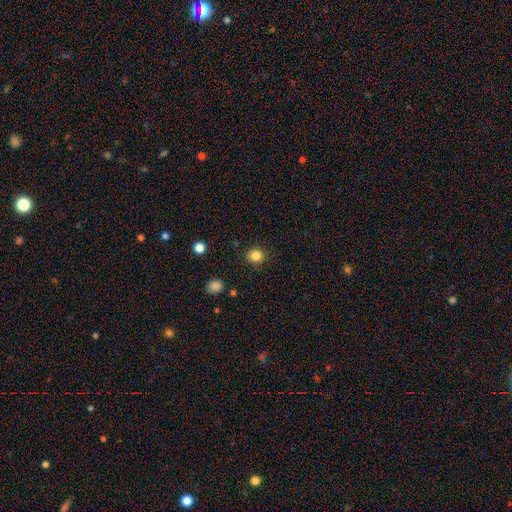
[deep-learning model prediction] A smooth galaxy with no disk features (84%) that is round (80%). Merging: none (88%).